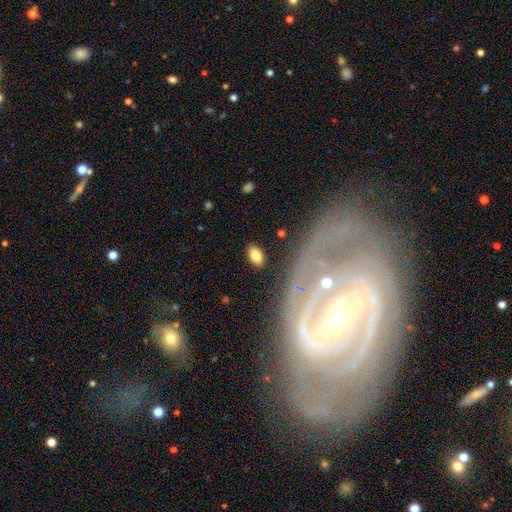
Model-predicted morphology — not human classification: Smooth or featured? smooth (80%)
How rounded? in between (89%)
Merging? none (85%)